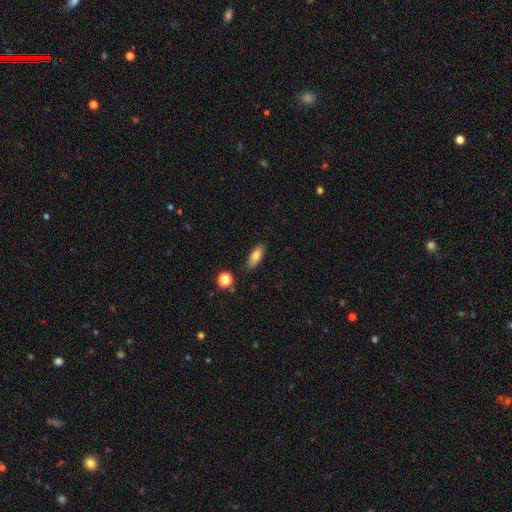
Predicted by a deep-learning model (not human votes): smooth_or_featured: smooth (p=0.77) [alt: featured or disk p=0.15]
how_rounded: in between (p=0.80) [alt: cigar-shaped p=0.17]
merging: none (p=0.85) [alt: minor disturbance p=0.11]